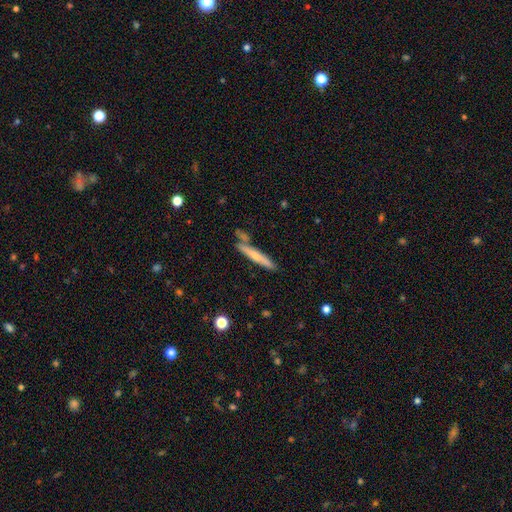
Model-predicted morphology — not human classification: Q: Smooth or featured?
A: smooth (55%); runner-up: featured or disk (39%)
Q: How rounded?
A: cigar-shaped (94%); runner-up: in between (5%)
Q: Merging?
A: none (74%); runner-up: minor disturbance (13%)